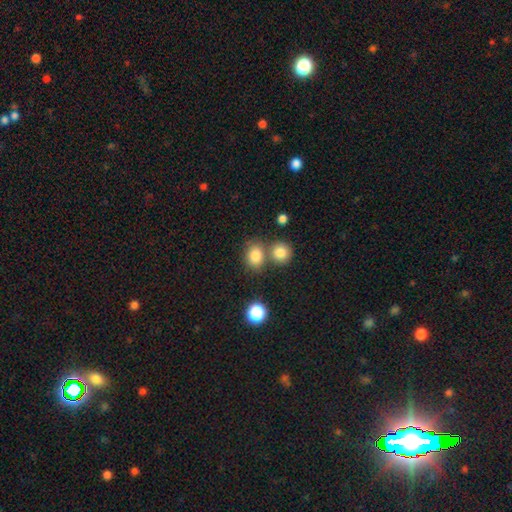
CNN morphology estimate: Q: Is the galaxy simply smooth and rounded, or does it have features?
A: smooth — 82%.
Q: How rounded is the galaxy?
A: round — 58%.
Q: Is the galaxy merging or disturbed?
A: none — 59%.